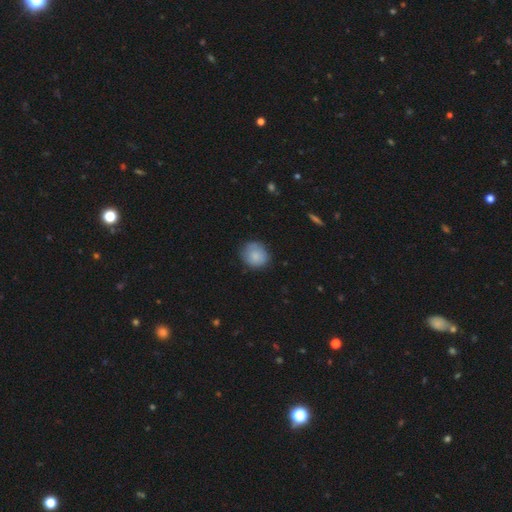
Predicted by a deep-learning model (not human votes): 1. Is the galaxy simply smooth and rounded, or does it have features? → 84% smooth, 9% featured or disk, 7% star or artifact.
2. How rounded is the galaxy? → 82% round, 17% in between, 1% cigar-shaped.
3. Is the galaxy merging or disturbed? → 76% none, 19% minor disturbance, 4% major disturbance, 1% merger.